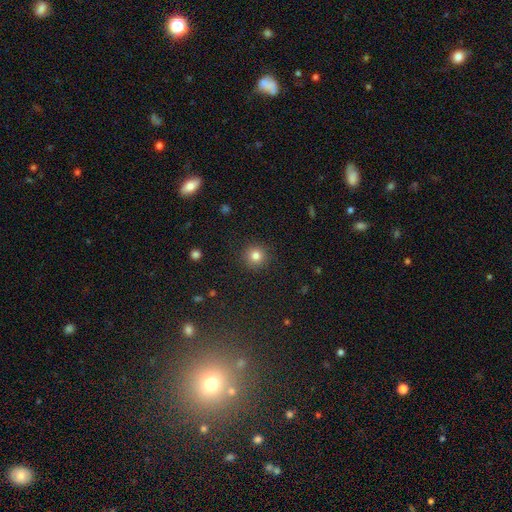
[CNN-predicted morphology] Overall: smooth (81%). How rounded: round (95%). Merging: none (91%).